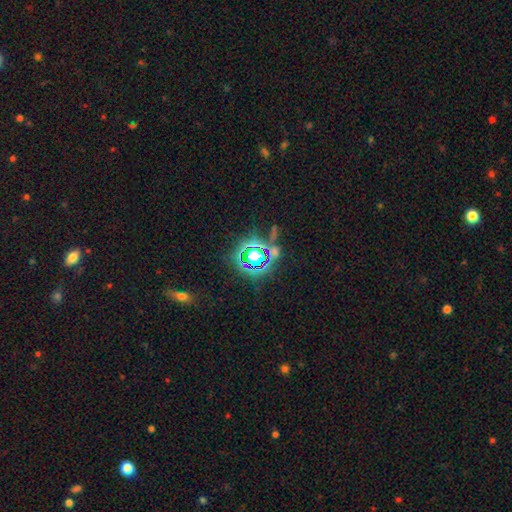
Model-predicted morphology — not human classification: star or artifact 70%, smooth 19%, featured or disk 11%.